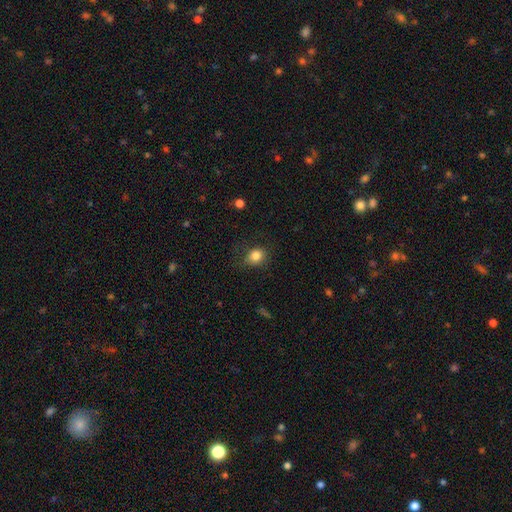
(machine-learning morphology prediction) A smooth galaxy with no disk features (83%) that is round (61%).

Vote fractions:
- Smooth or featured? smooth: 83% / star or artifact: 11% / featured or disk: 6%
- How rounded? round: 61% / in between: 38% / cigar-shaped: 1%
- Merging? none: 72% / minor disturbance: 19% / major disturbance: 8% / merger: 1%